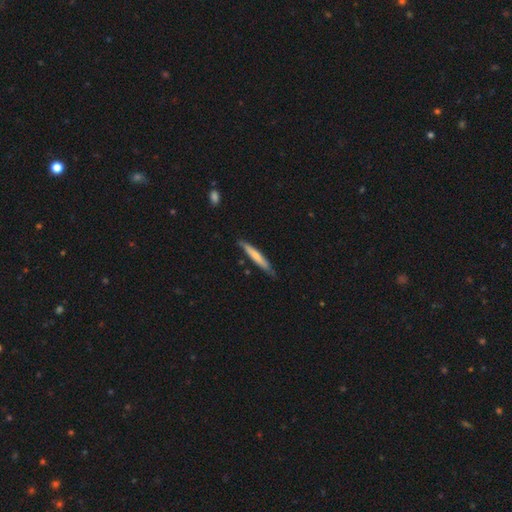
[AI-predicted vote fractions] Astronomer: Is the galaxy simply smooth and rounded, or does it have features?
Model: smooth — 63%.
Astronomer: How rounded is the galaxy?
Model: cigar-shaped — 94%.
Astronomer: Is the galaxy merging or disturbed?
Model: none — 79%.